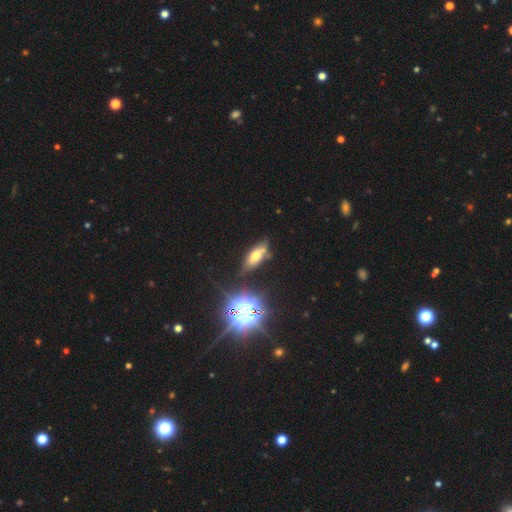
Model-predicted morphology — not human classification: type=smooth (50%); merging=none (64%).